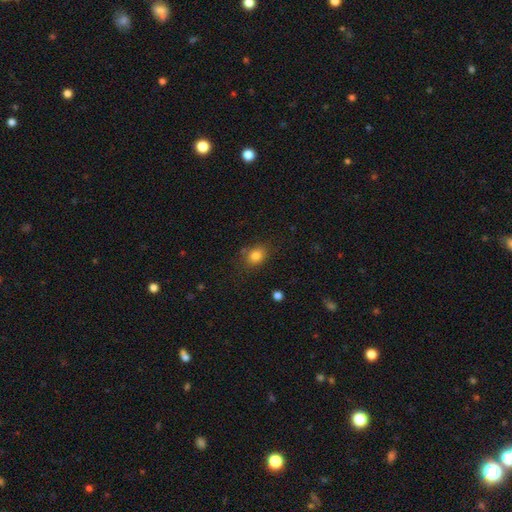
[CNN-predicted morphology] A smooth galaxy with no disk features (82%) that is round (53%).

Vote fractions:
- Smooth or featured? smooth: 82% / star or artifact: 11% / featured or disk: 7%
- How rounded? round: 53% / in between: 46% / cigar-shaped: 1%
- Merging? none: 77% / minor disturbance: 15% / major disturbance: 4% / merger: 4%